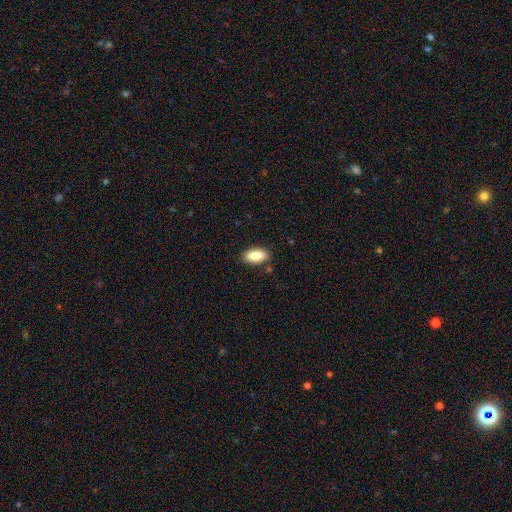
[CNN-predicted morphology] Smooth or featured: smooth — 89% (star or artifact — 7%)
How rounded: in between — 91% (cigar-shaped — 7%)
Merging: none — 85% (minor disturbance — 11%)